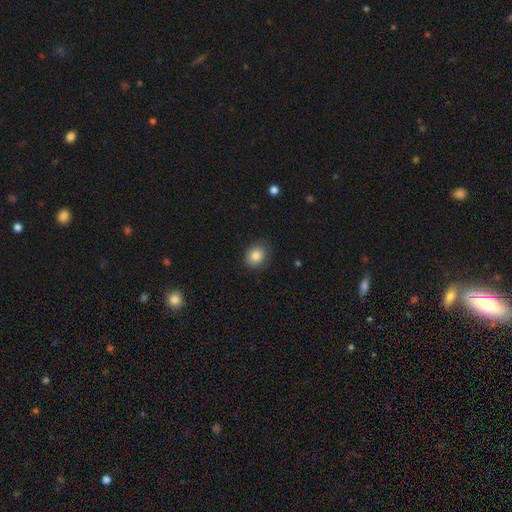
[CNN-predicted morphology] This appears to be a smooth galaxy with no disk features (84%) that is round (70%). Merging: none (83%).